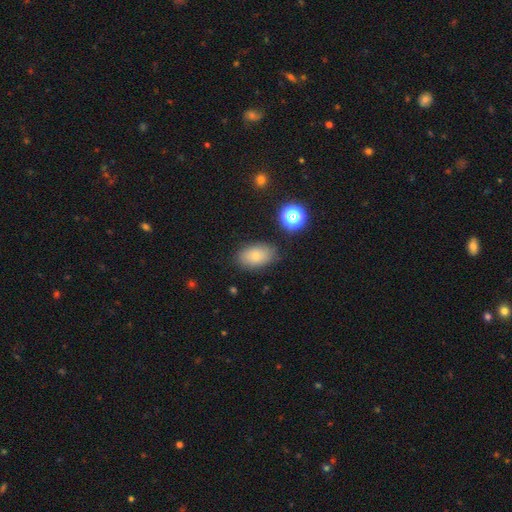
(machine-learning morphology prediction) The model was most divided on "smooth or featured": smooth: 79%, featured or disk: 11%, star or artifact: 10%. More confident: how rounded — in between (89%); merging — none (81%).